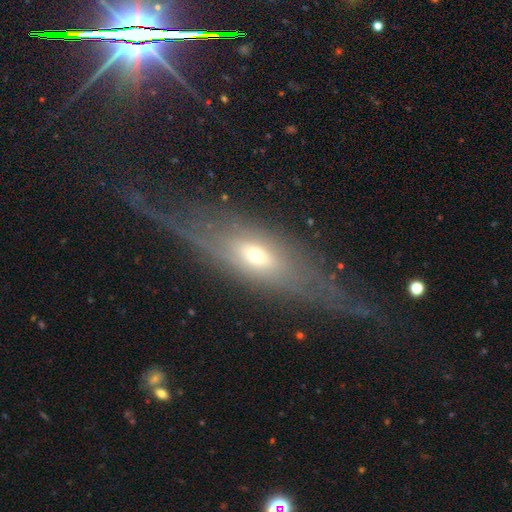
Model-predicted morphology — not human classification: Smooth or featured? Predicted: featured or disk (p=0.67). Edge-on disk? Predicted: yes (p=0.67). Merging? Predicted: none (p=0.58).